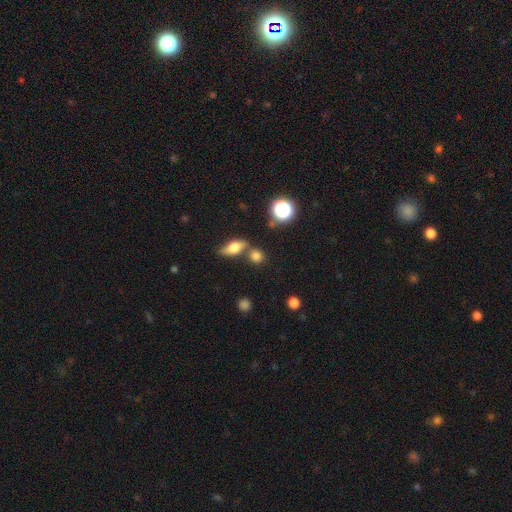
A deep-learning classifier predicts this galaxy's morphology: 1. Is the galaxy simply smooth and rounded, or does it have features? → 73% smooth, 15% star or artifact, 12% featured or disk.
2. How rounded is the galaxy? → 63% round, 31% in between, 7% cigar-shaped.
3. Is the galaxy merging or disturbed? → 63% none, 22% merger, 11% minor disturbance, 4% major disturbance.